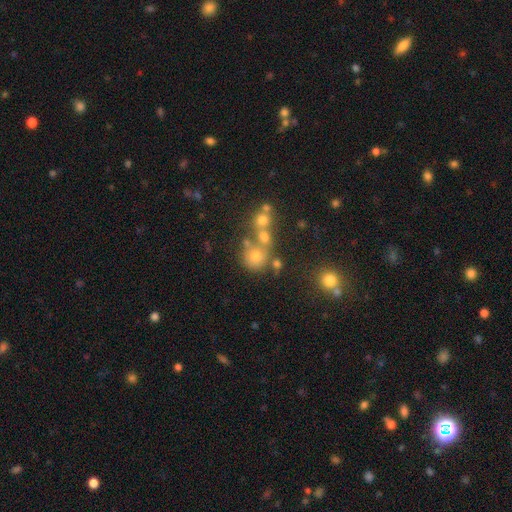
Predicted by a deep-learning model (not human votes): smooth_or_featured: smooth (p=0.62) [alt: star or artifact p=0.22]
how_rounded: round (p=0.85) [alt: in between p=0.14]
merging: none (p=0.52) [alt: merger p=0.33]